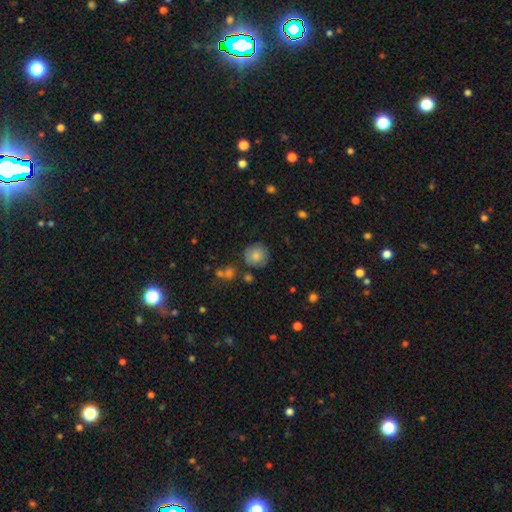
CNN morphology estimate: smooth 79%, featured or disk 12%, star or artifact 9%. Down the decision tree: how rounded — round (92%); merging — none (79%).